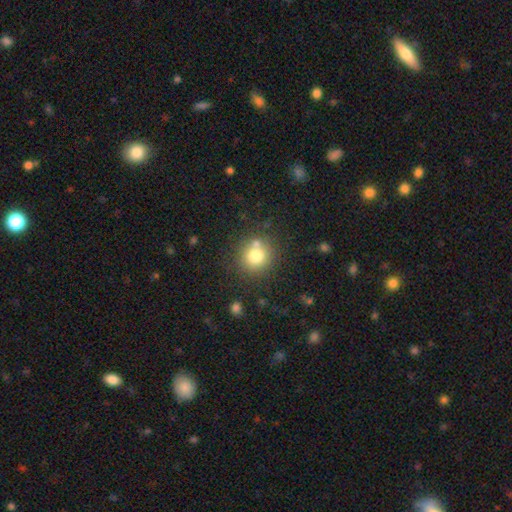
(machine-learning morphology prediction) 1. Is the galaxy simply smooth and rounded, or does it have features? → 75% smooth, 13% star or artifact, 12% featured or disk.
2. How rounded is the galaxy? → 89% round, 10% in between, 1% cigar-shaped.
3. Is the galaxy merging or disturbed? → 71% none, 15% merger, 10% minor disturbance, 4% major disturbance.